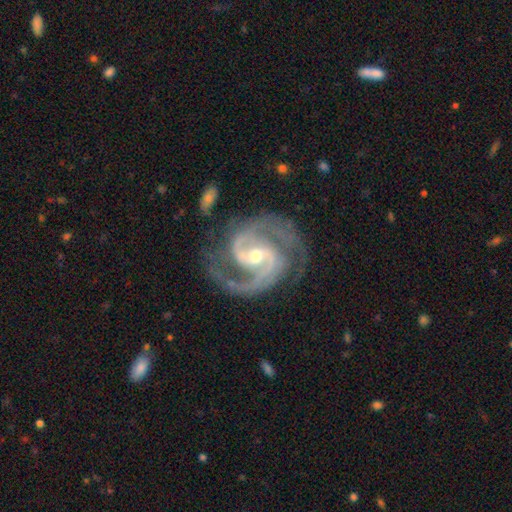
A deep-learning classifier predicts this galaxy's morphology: smooth_or_featured: featured or disk (p=0.94) [alt: star or artifact p=0.04]
disk_edge_on: no (p=0.98) [alt: yes p=0.02]
bar: weak (p=0.45) [alt: no p=0.28]
has_spiral_arms: yes (p=0.99) [alt: no p=0.01]
spiral_winding: medium (p=0.56) [alt: tight p=0.37]
spiral_arm_count: 2 (p=0.76) [alt: 3 p=0.15]
bulge_size: moderate (p=0.52) [alt: small p=0.45]
merging: none (p=0.76) [alt: minor disturbance p=0.16]